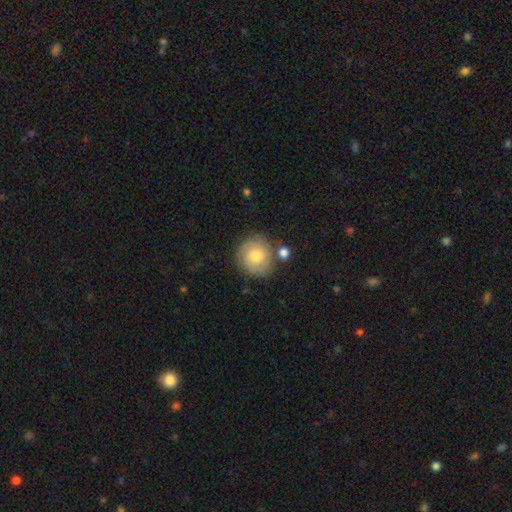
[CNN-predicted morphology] A featured or disk galaxy (46%, tied with smooth). Merging: none (77%).